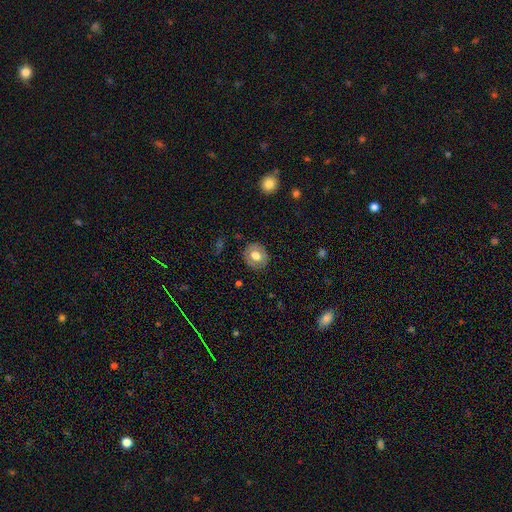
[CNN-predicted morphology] This is likely a smooth galaxy (64%). How rounded: likely round (68%). Merging: clearly none (85%).